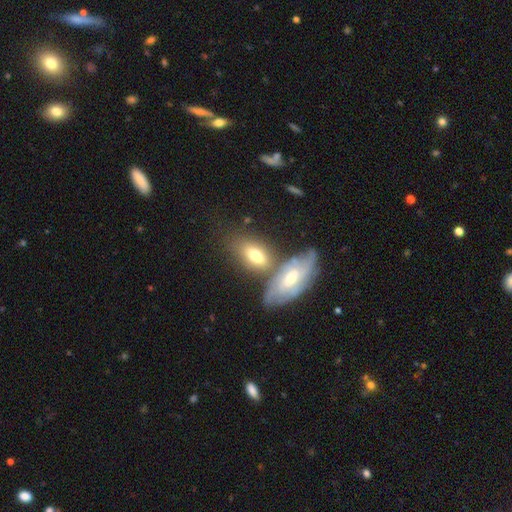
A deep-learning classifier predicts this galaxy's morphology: A smooth galaxy with no disk features (63%) that is in between round and cigar-shaped (84%).

Vote fractions:
- Smooth or featured? smooth: 63% / featured or disk: 30% / star or artifact: 7%
- How rounded? in between: 84% / cigar-shaped: 10% / round: 6%
- Merging? none: 46% / merger: 33% / minor disturbance: 15% / major disturbance: 6%